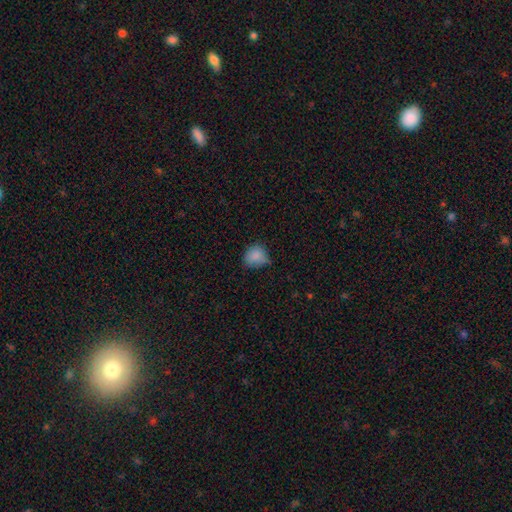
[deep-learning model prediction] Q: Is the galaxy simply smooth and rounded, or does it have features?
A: smooth — 84%.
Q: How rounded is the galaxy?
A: round — 67%.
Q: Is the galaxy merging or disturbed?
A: none — 57%.